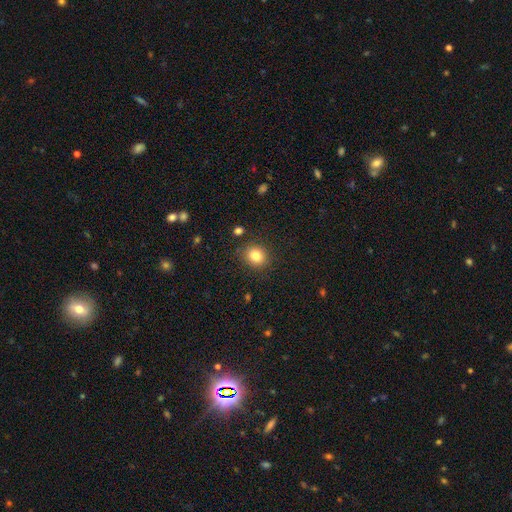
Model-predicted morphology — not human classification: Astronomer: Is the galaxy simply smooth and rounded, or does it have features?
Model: smooth — 82%.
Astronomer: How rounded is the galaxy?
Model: round — 72%.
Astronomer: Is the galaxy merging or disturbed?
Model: none — 87%.